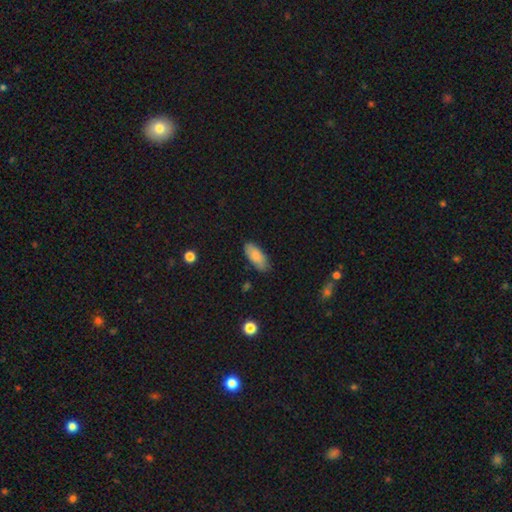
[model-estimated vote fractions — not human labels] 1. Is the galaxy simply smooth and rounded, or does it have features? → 85% smooth, 9% featured or disk, 6% star or artifact.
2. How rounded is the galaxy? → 85% in between, 13% cigar-shaped, 2% round.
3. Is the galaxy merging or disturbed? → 80% none, 16% minor disturbance, 3% major disturbance, 1% merger.